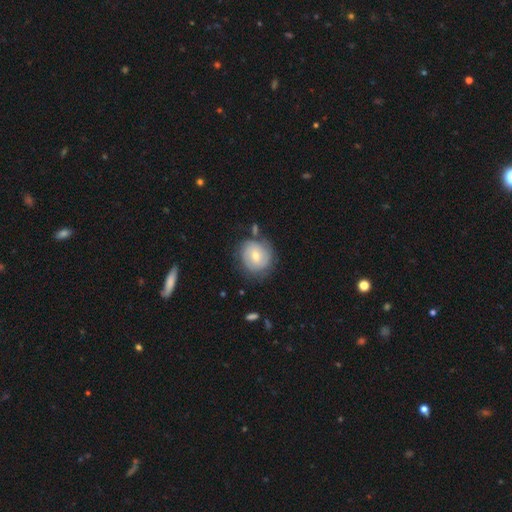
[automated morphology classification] This appears to be a smooth galaxy with no disk features (48%). Merging: none (70%).